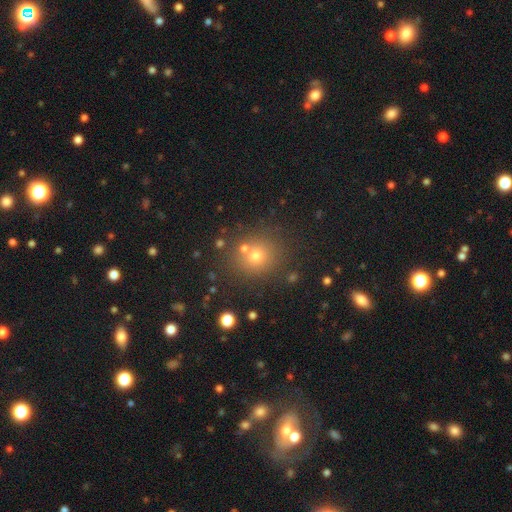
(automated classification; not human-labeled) Smooth or featured? smooth (67%)
How rounded? round (85%)
Merging? none (76%)